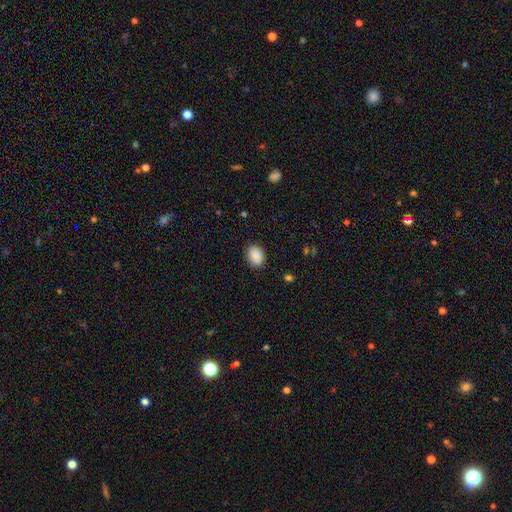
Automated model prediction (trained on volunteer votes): smooth_or_featured: smooth (p=0.89) [alt: star or artifact p=0.07]
how_rounded: in between (p=0.70) [alt: round p=0.29]
merging: none (p=0.87) [alt: minor disturbance p=0.10]